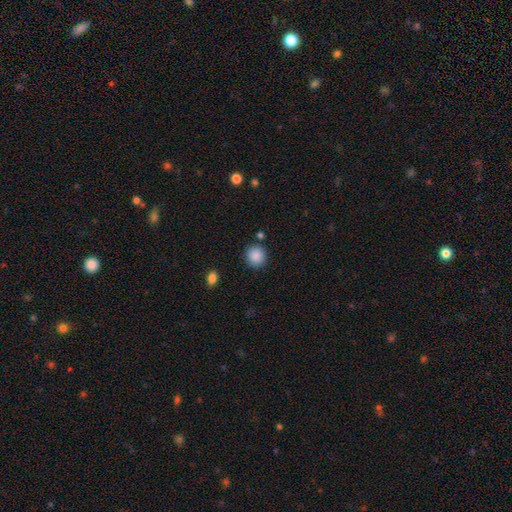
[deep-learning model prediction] smooth-or-featured: smooth: 89% | star or artifact: 8% | featured or disk: 3%
  how-rounded: round: 90% | in between: 9% | cigar-shaped: 1%
  merging: none: 87% | minor disturbance: 8% | merger: 3% | major disturbance: 3%